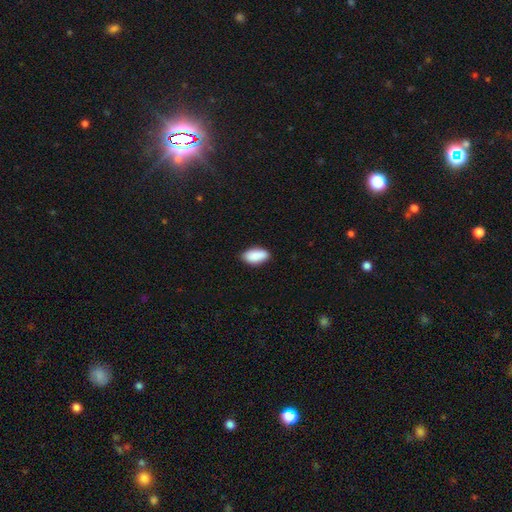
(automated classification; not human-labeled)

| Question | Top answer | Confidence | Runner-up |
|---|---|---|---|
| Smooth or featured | smooth | 88% | star or artifact (7%) |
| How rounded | in between | 91% | cigar-shaped (6%) |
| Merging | none | 82% | minor disturbance (14%) |